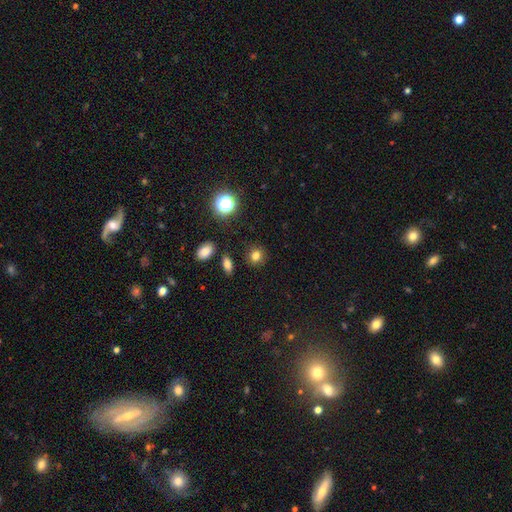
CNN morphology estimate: Smooth or featured? smooth (78%)
How rounded? round (75%)
Merging? none (87%)